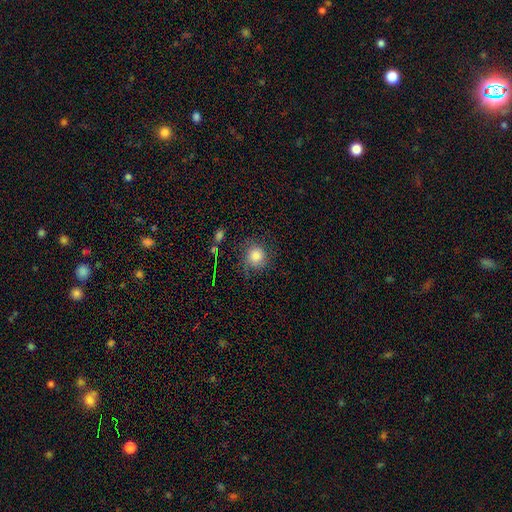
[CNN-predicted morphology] The model was most divided on "merging": none: 75%, minor disturbance: 16%, major disturbance: 6%, merger: 2%. More confident: how rounded — round (89%); smooth or featured — smooth (80%).